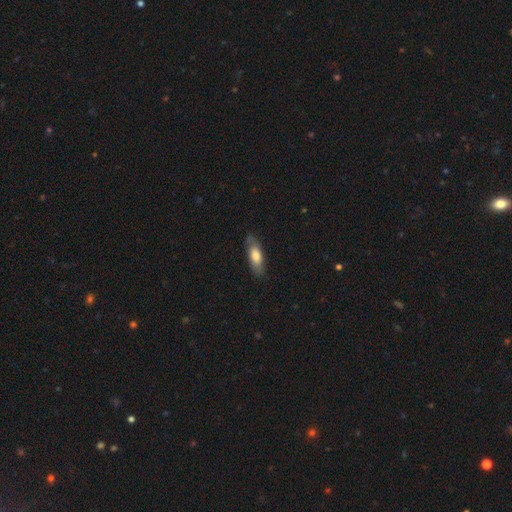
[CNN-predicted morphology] Smooth or featured?
  - smooth: 70% *
  - featured or disk: 24%
  - star or artifact: 6%
How rounded?
  - in between: 64% *
  - cigar-shaped: 34%
  - round: 2%
Merging?
  - none: 80% *
  - minor disturbance: 15%
  - major disturbance: 3%
  - merger: 1%